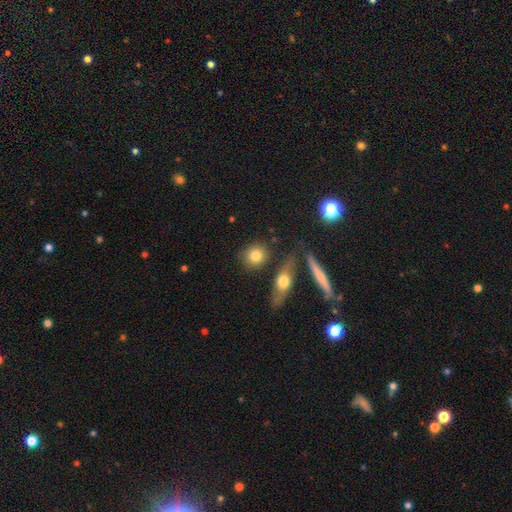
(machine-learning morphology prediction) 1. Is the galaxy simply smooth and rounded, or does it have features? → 80% smooth, 12% featured or disk, 8% star or artifact.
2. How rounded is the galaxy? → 76% round, 20% in between, 4% cigar-shaped.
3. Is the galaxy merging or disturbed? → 81% none, 9% minor disturbance, 7% merger, 3% major disturbance.